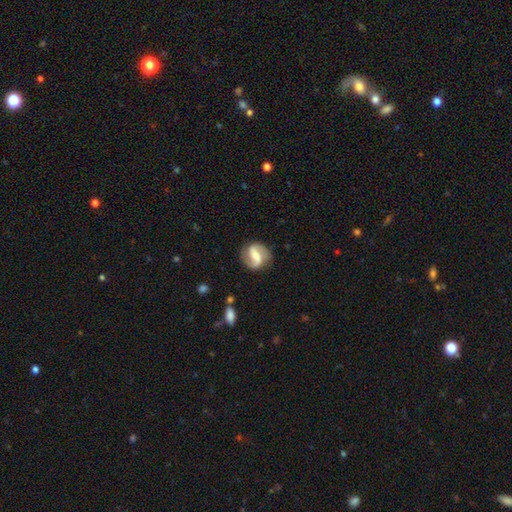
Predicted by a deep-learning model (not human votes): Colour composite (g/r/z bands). It shows a featured or disk galaxy (77%) with a strong bar (49%), 2 (88%) loose (42%) spiral arms (92%) and a moderate central bulge (35%). Merging: none (79%).